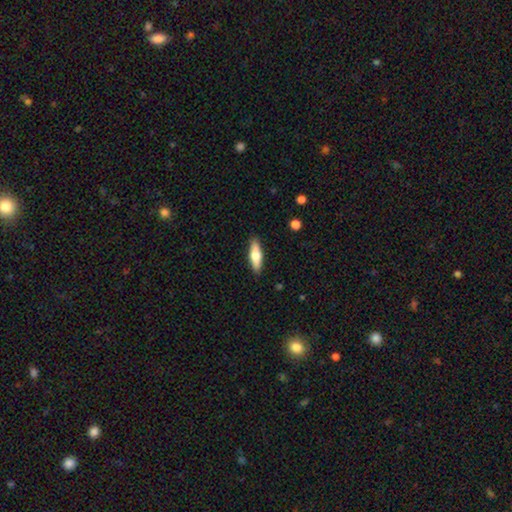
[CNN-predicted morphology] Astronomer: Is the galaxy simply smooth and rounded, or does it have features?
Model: smooth — 60%.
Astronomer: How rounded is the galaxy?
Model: cigar-shaped — 54% (runner-up: in between, 43%).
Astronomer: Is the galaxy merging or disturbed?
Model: none — 89%.